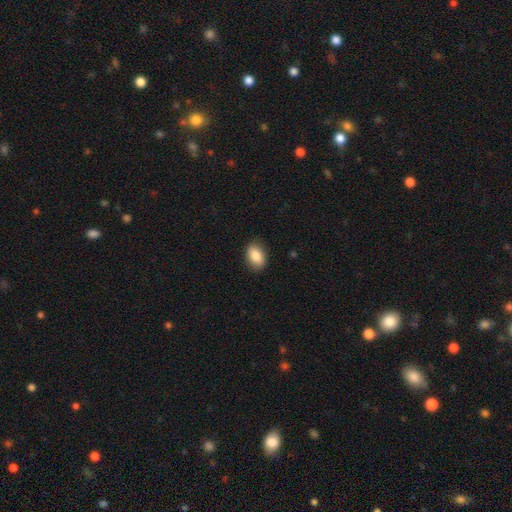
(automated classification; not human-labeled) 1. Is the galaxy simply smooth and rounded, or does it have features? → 86% smooth, 7% star or artifact, 6% featured or disk.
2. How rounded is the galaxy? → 86% in between, 13% round, 1% cigar-shaped.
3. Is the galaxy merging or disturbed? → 87% none, 10% minor disturbance, 2% major disturbance, 1% merger.